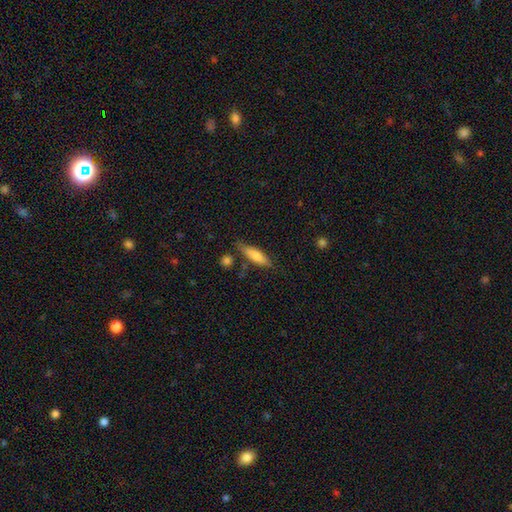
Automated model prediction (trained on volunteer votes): smooth 74%, featured or disk 20%, star or artifact 6%. Down the decision tree: how rounded — cigar-shaped (61%); merging — none (71%).